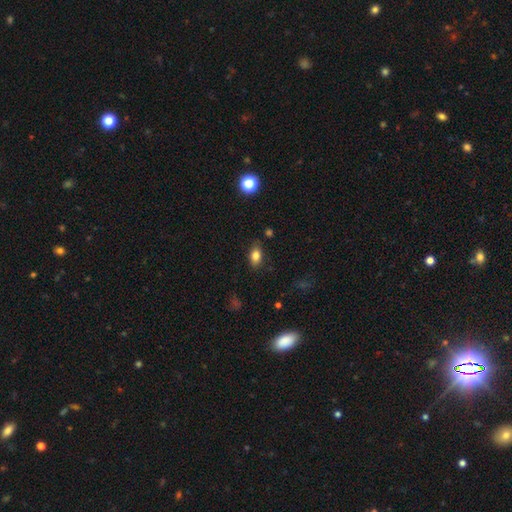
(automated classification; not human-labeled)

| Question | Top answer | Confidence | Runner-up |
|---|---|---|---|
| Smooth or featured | smooth | 81% | star or artifact (10%) |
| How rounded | in between | 85% | round (11%) |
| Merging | none | 81% | minor disturbance (14%) |